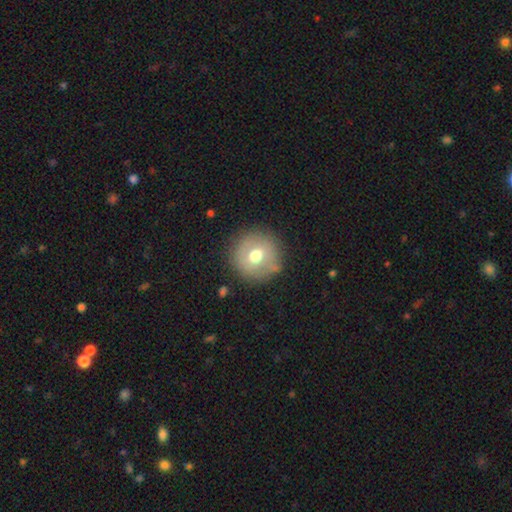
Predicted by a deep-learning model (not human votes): Smooth or featured? Predicted: smooth (p=0.65). How rounded? Predicted: round (p=0.94). Merging? Predicted: none (p=0.83).